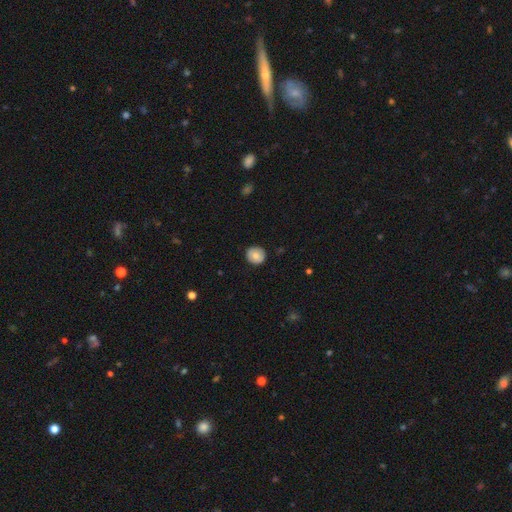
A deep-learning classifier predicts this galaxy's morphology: Q: Smooth or featured?
A: smooth (76%); runner-up: featured or disk (17%)
Q: How rounded?
A: round (88%); runner-up: in between (11%)
Q: Merging?
A: none (88%); runner-up: minor disturbance (9%)